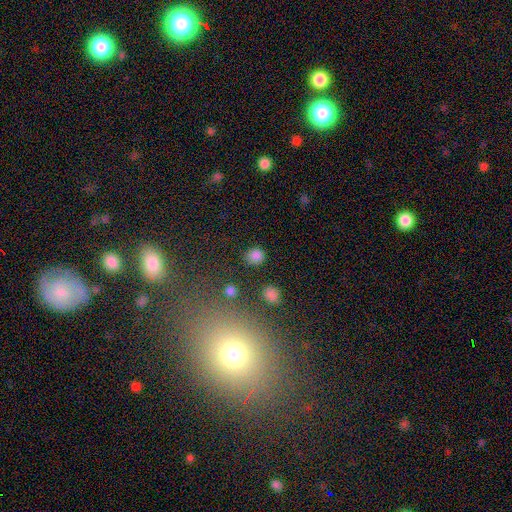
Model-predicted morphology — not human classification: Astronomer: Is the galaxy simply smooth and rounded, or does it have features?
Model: smooth — 83%.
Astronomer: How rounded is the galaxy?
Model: round — 88%.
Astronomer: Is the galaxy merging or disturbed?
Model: none — 85%.